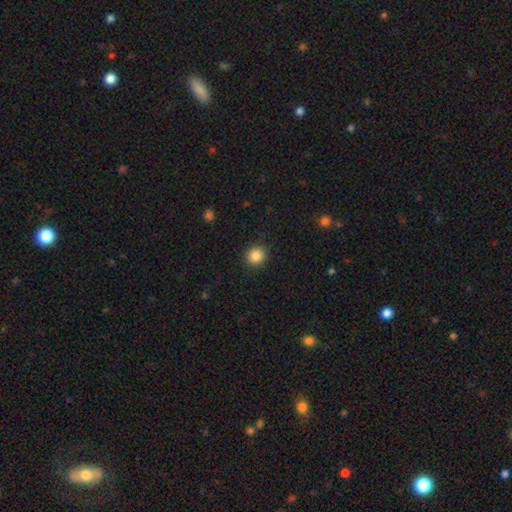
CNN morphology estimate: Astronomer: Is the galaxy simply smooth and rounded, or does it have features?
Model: smooth — 86%.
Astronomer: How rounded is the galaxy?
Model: round — 88%.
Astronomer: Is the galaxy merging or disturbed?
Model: none — 91%.